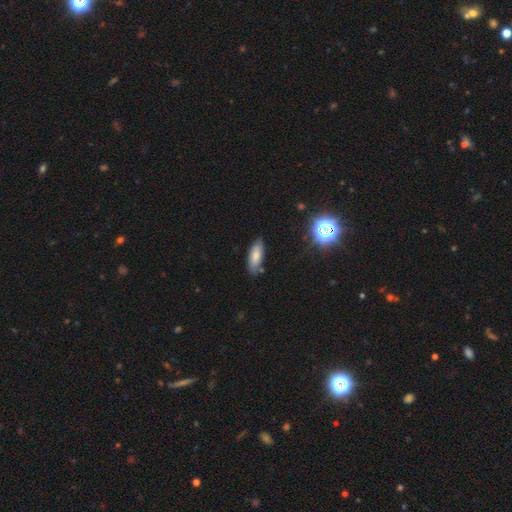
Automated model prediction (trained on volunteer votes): Q: Smooth or featured?
A: smooth (76%); runner-up: featured or disk (15%)
Q: How rounded?
A: in between (67%); runner-up: cigar-shaped (31%)
Q: Merging?
A: none (79%); runner-up: minor disturbance (16%)